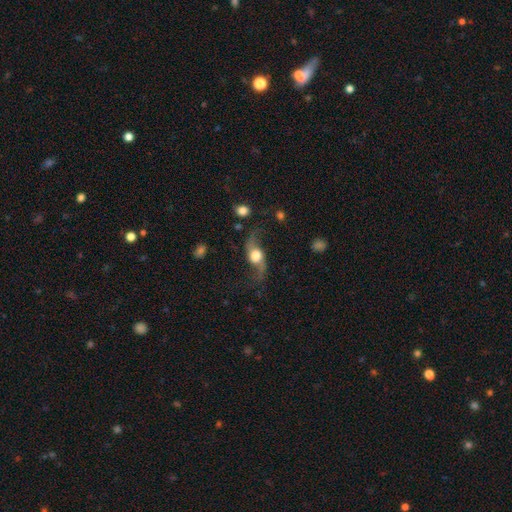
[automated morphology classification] type=featured or disk (77%); edge-on=no (82%); bar=no (68%); spiral arms=yes (93%); winding=loose (92%); arm count=2 (94%); bulge=large (47%); merging=none (70%).